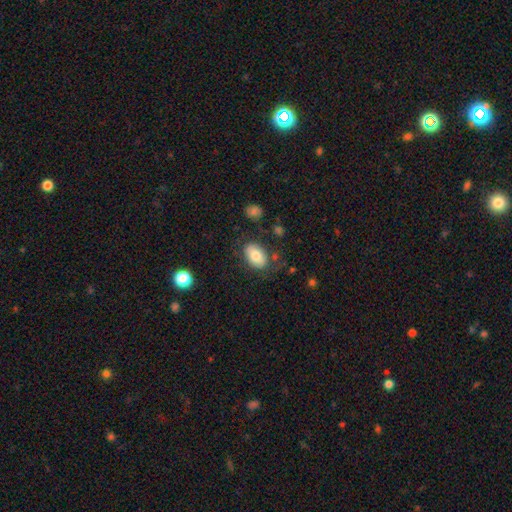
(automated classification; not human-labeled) Smooth or featured? Predicted: smooth (p=0.79). How rounded? Predicted: in between (p=0.89). Merging? Predicted: none (p=0.73).